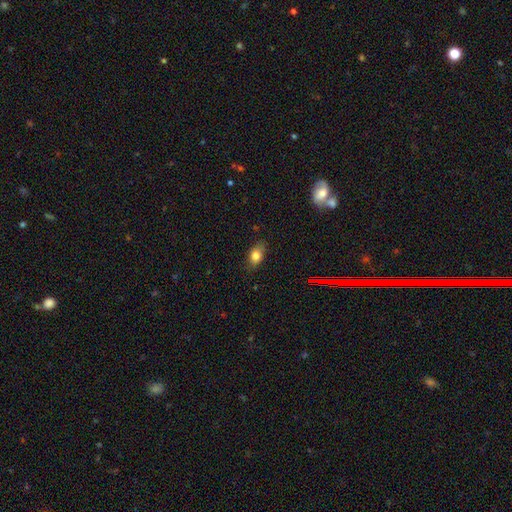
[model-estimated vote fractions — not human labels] Q: Smooth or featured?
A: smooth (81%); runner-up: star or artifact (9%)
Q: How rounded?
A: in between (82%); runner-up: round (14%)
Q: Merging?
A: none (79%); runner-up: minor disturbance (16%)